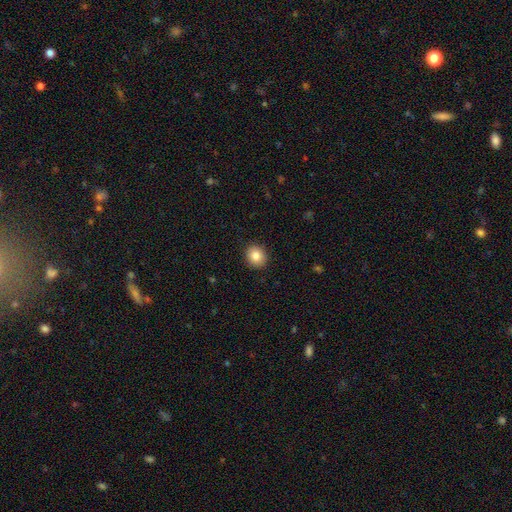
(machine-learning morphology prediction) A smooth galaxy with no disk features (84%) that is round (80%). Merging: none (91%).